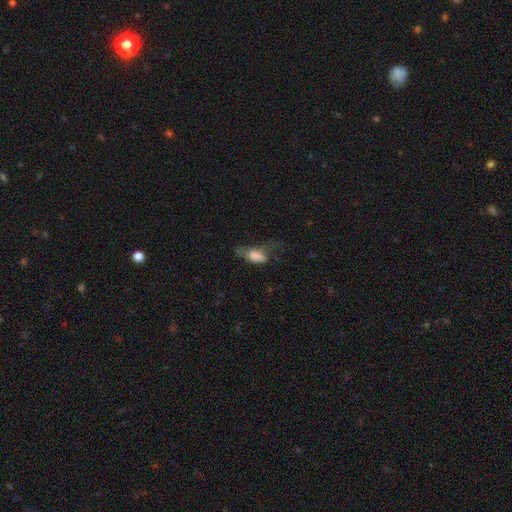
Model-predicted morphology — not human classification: Smooth or featured? Predicted: smooth (p=0.71). How rounded? Predicted: in between (p=0.81). Merging? Predicted: major disturbance (p=0.50).